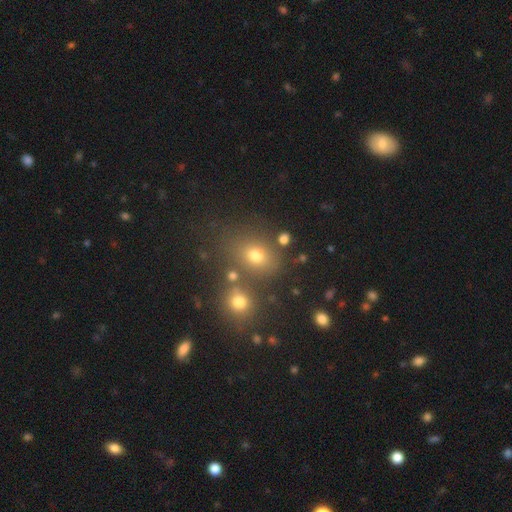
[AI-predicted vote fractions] Smooth or featured?
  - smooth: 65% *
  - star or artifact: 23%
  - featured or disk: 12%
How rounded?
  - round: 50% *
  - in between: 49%
  - cigar-shaped: 1%
Merging?
  - none: 66% *
  - merger: 18%
  - minor disturbance: 11%
  - major disturbance: 5%